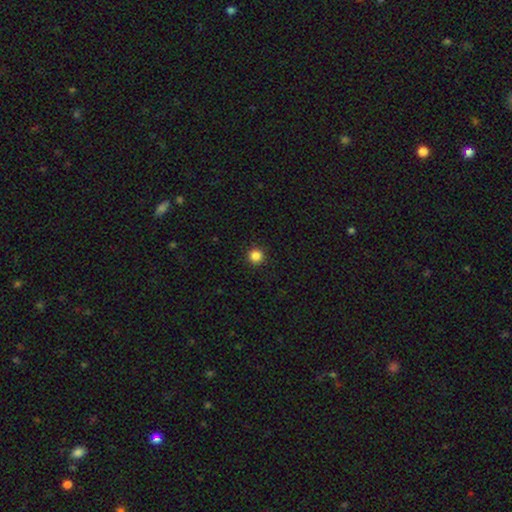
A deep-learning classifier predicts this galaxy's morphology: Smooth or featured? smooth (85%)
How rounded? round (96%)
Merging? none (93%)